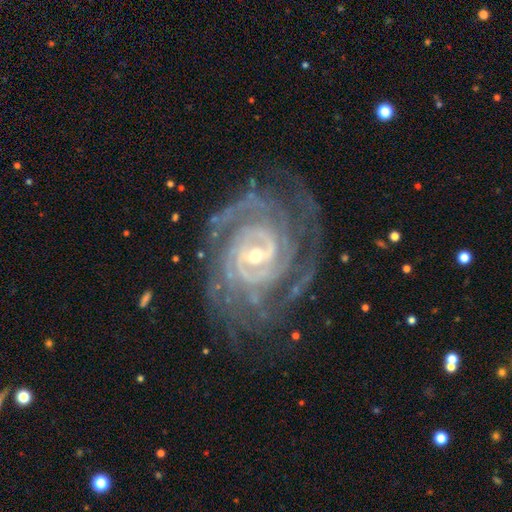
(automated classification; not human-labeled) smooth-or-featured: featured or disk: 92% | star or artifact: 5% | smooth: 3%
  disk-edge-on: no: 97% | yes: 3%
    bar: weak: 43% | no: 33% | strong: 24%
    has-spiral-arms: yes: 98% | no: 2%
      spiral-winding: tight: 76% | medium: 22% | loose: 3%
      spiral-arm-count: 2: 30% | can't tell: 20% | 3: 18% | 4: 15% | more than 4: 10% | 1: 7%
    bulge-size: small: 60% | moderate: 37% | large: 2% | none: 1% | dominant: 1%
  merging: none: 73% | minor disturbance: 16% | major disturbance: 9% | merger: 1%